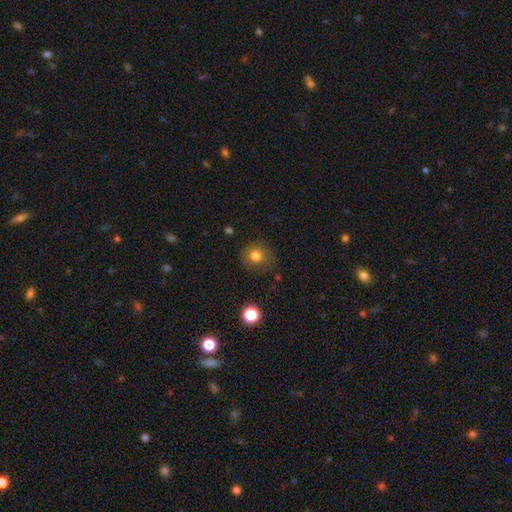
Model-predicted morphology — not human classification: Smooth or featured?
  - smooth: 78% *
  - star or artifact: 13%
  - featured or disk: 9%
How rounded?
  - round: 84% *
  - in between: 15%
  - cigar-shaped: 1%
Merging?
  - none: 78% *
  - minor disturbance: 15%
  - major disturbance: 5%
  - merger: 2%